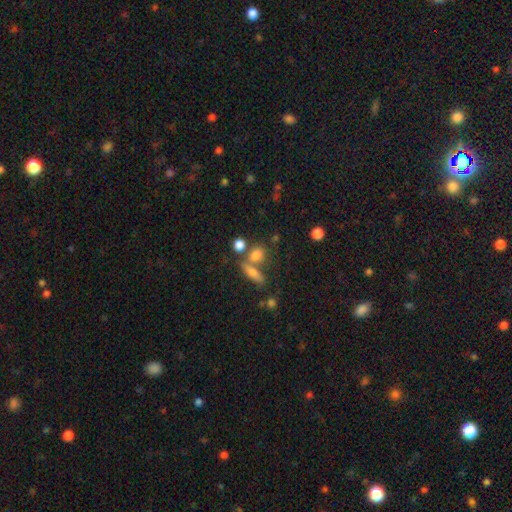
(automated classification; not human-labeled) Morphology: type=smooth (74%); roundness=in between (47%); merging=none (52%).